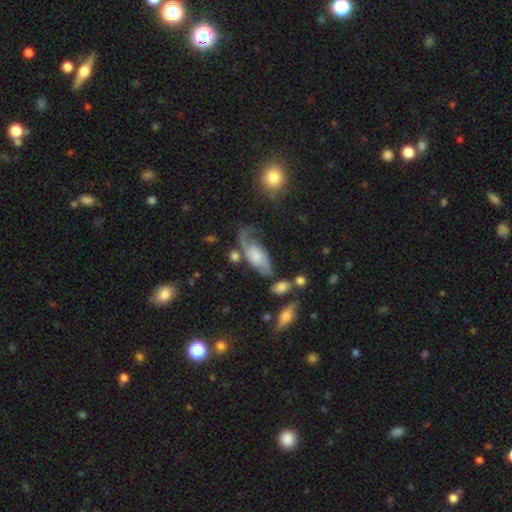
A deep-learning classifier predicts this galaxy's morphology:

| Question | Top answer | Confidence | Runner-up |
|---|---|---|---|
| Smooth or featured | featured or disk | 75% | smooth (18%) |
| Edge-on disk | no | 94% | yes (6%) |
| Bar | no | 60% | weak (32%) |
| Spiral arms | yes | 94% | no (6%) |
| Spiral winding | loose | 48% | medium (39%) |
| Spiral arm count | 2 | 82% | 1 (10%) |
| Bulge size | small | 28% | moderate (26%) |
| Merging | none | 48% | minor disturbance (23%) |